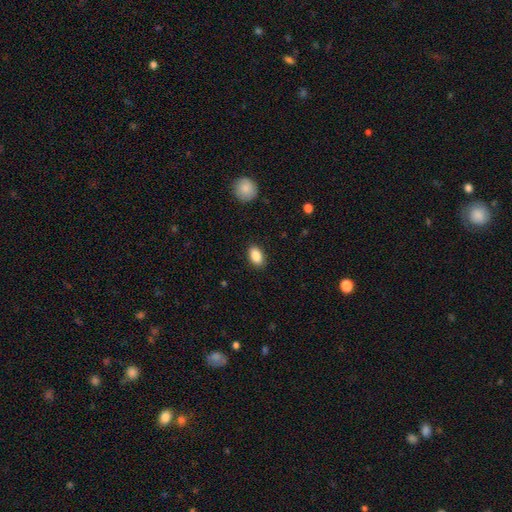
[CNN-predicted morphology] Smooth or featured? Predicted: smooth (p=0.87). How rounded? Predicted: in between (p=0.91). Merging? Predicted: none (p=0.88).